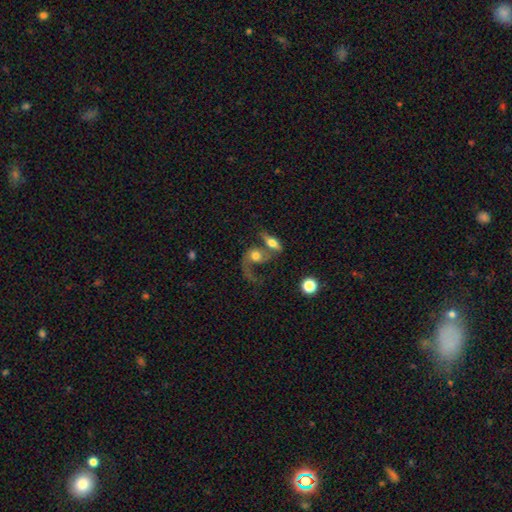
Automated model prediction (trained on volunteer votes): Smooth or featured?
  - featured or disk: 53% *
  - smooth: 38%
  - star or artifact: 10%
Edge-on disk?
  - no: 92% *
  - yes: 8%
Merging?
  - merger: 57% *
  - major disturbance: 20%
  - none: 16%
  - minor disturbance: 8%